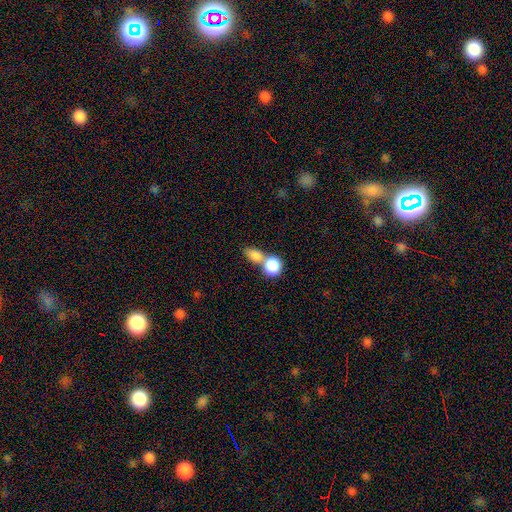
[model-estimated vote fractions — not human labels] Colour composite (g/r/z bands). It shows a smooth galaxy with no disk features (84%) that is in between round and cigar-shaped (56%). Merging: merger (63%).